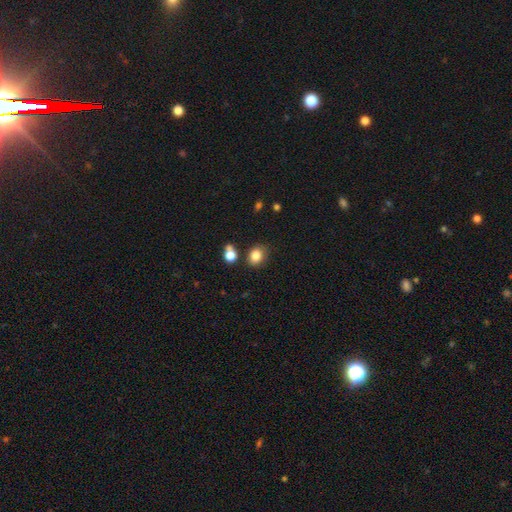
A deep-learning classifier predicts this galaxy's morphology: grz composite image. It shows a smooth galaxy with no disk features (84%) that is round (53%). Merging: none (75%).